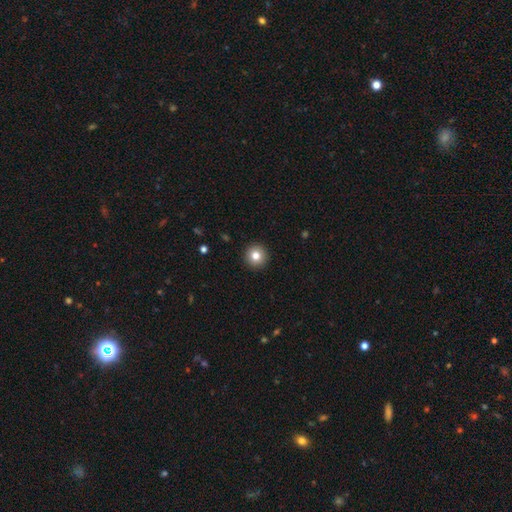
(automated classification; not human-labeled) Morphology: type=smooth (81%); roundness=round (96%); merging=none (93%).